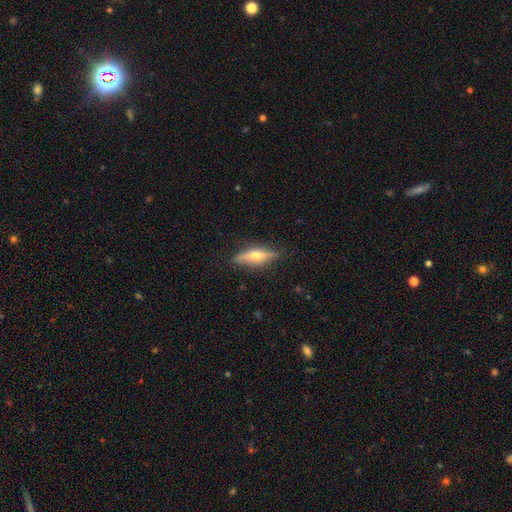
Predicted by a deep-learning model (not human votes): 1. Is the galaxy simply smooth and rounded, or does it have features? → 57% featured or disk, 36% smooth, 7% star or artifact.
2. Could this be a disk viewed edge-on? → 92% yes, 8% no.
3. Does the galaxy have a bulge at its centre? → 91% rounded, 6% boxy, 4% none.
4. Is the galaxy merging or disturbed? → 84% none, 12% minor disturbance, 3% major disturbance, 1% merger.